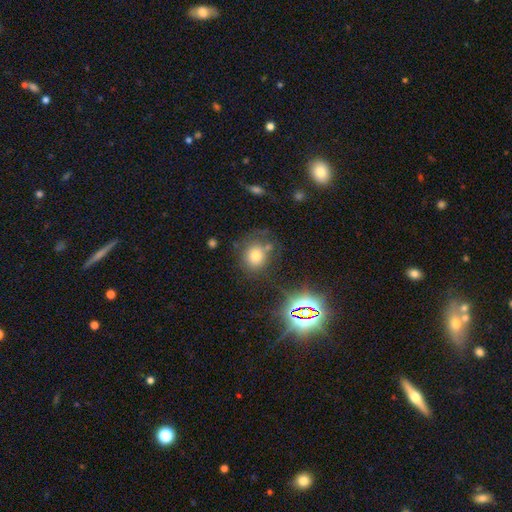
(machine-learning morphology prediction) smooth 68%, star or artifact 21%, featured or disk 11%. Down the decision tree: how rounded — round (75%); merging — none (70%).